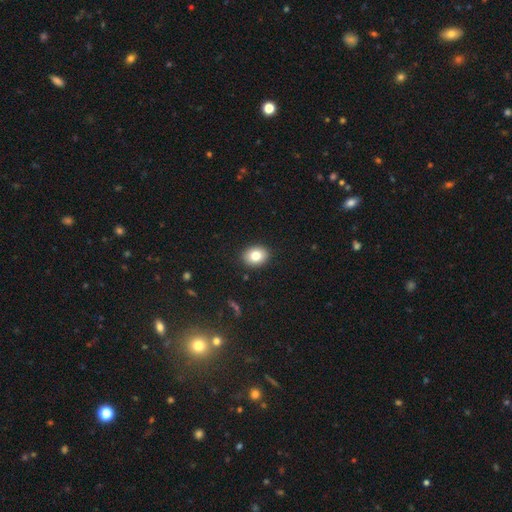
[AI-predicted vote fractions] A smooth galaxy with no disk features (81%) that is in between round and cigar-shaped (57%). Merging: none (90%).